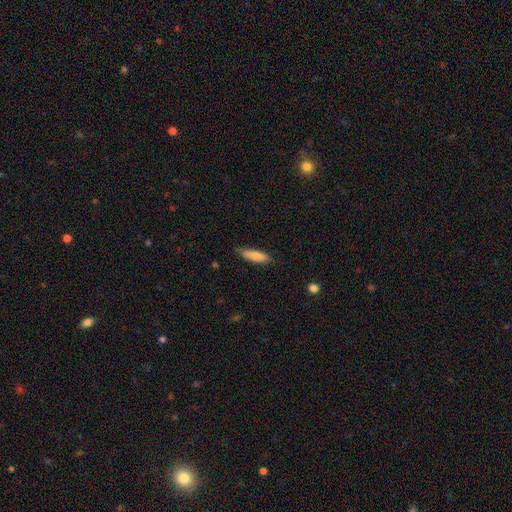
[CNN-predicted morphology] smooth_or_featured: smooth (p=0.81) [alt: featured or disk p=0.13]
how_rounded: cigar-shaped (p=0.62) [alt: in between p=0.37]
merging: none (p=0.78) [alt: minor disturbance p=0.18]